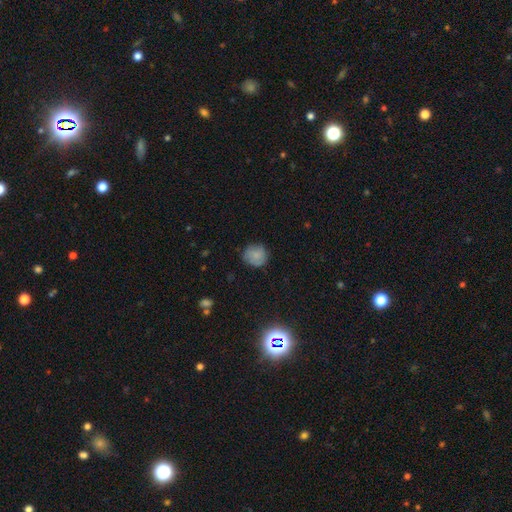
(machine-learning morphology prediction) The model was most divided on "merging": none: 75%, minor disturbance: 19%, major disturbance: 4%, merger: 1%. More confident: how rounded — round (87%); smooth or featured — smooth (79%).